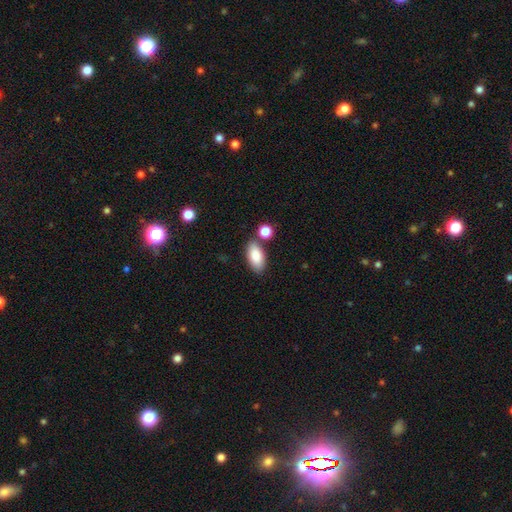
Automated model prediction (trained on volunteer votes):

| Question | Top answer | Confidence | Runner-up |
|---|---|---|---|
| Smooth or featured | smooth | 84% | featured or disk (9%) |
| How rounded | in between | 91% | cigar-shaped (6%) |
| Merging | none | 74% | merger (12%) |